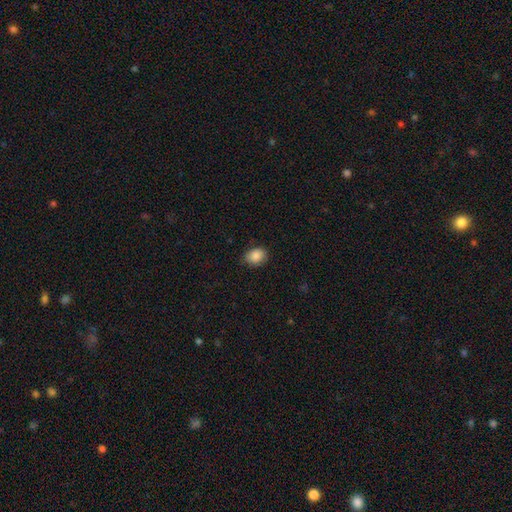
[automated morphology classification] This is clearly a smooth galaxy (87%). How rounded: possibly in between (59%). Merging: likely none (79%).